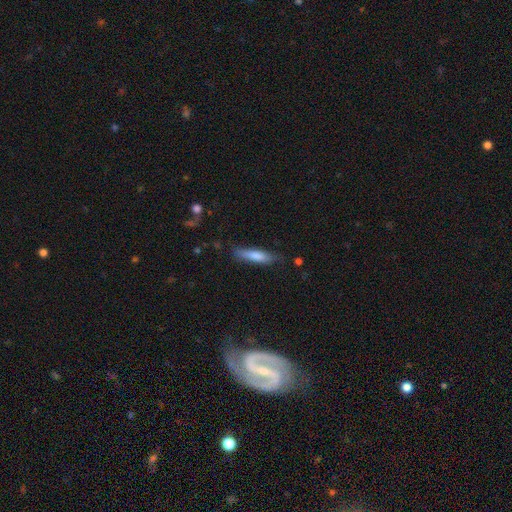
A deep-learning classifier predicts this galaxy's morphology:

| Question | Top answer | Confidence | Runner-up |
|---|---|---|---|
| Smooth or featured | smooth | 70% | featured or disk (24%) |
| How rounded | cigar-shaped | 81% | in between (18%) |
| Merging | none | 79% | minor disturbance (16%) |